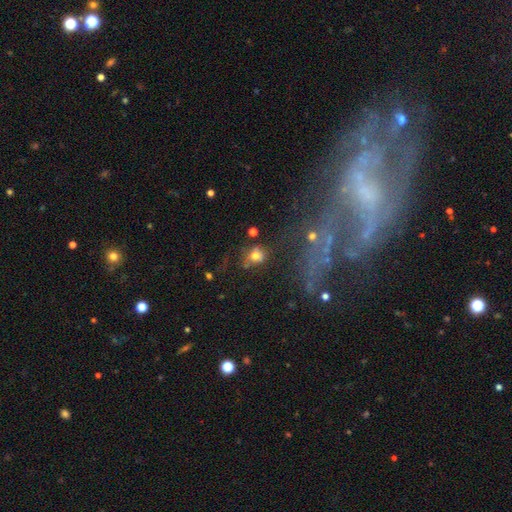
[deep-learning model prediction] Smooth or featured: smooth — 65% (featured or disk — 18%)
How rounded: round — 68% (in between — 30%)
Merging: none — 50% (minor disturbance — 20%)